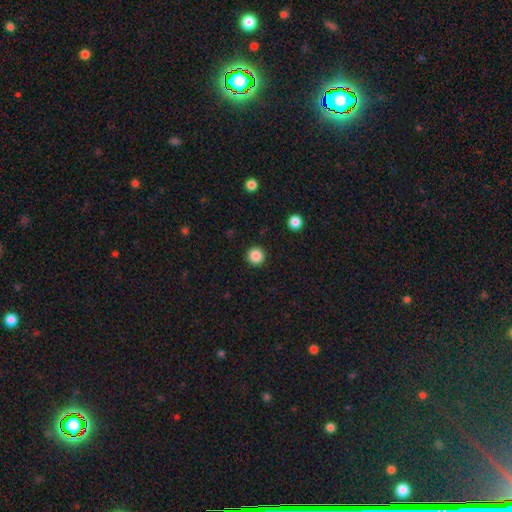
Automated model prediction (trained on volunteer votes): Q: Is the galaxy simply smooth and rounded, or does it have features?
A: smooth — 86%.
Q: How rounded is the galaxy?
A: round — 96%.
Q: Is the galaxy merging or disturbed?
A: none — 93%.